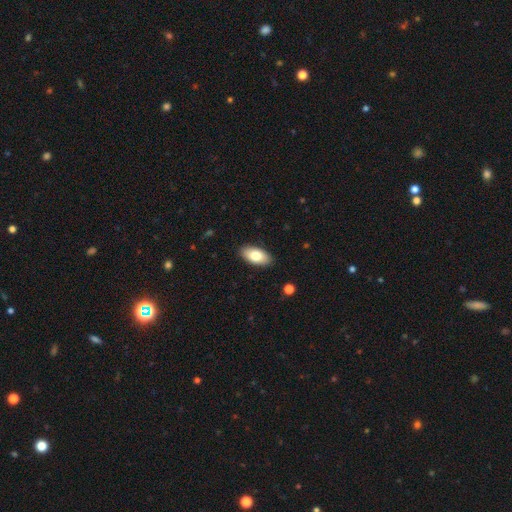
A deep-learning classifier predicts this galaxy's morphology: type=smooth (79%); roundness=in between (93%); merging=none (89%).